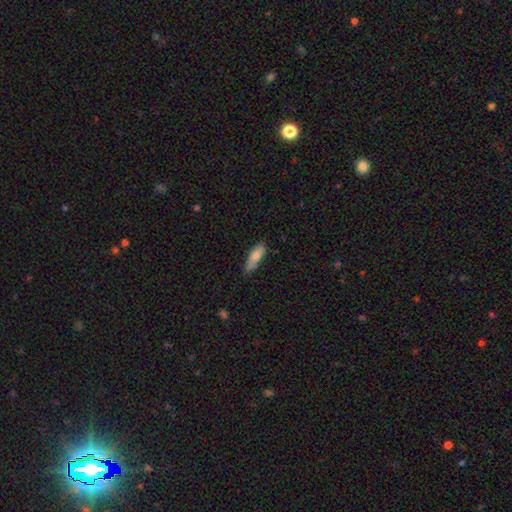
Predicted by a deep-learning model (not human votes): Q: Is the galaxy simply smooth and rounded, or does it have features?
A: smooth — 74%.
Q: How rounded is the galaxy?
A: cigar-shaped — 51%.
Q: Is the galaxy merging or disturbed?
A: none — 73%.